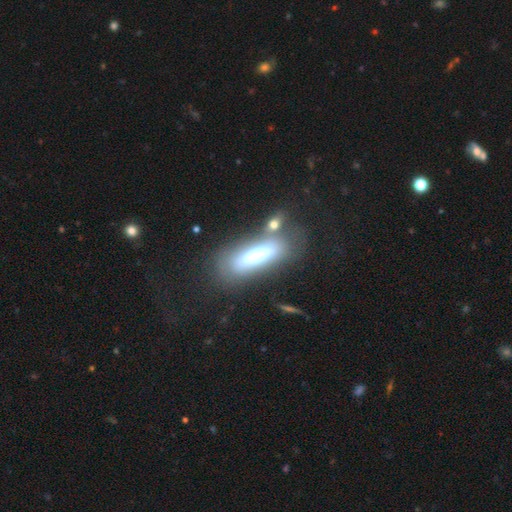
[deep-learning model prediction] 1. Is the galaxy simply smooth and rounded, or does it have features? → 56% smooth, 34% featured or disk, 10% star or artifact.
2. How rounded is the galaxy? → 52% in between, 45% cigar-shaped, 3% round.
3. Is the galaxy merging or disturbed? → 55% none, 20% merger, 14% minor disturbance, 11% major disturbance.